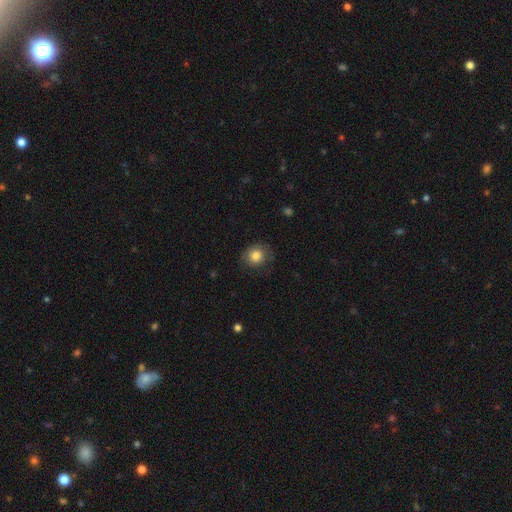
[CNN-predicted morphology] The model was most divided on "merging": none: 74%, minor disturbance: 19%, major disturbance: 7%, merger: 1%. More confident: how rounded — round (83%); smooth or featured — smooth (81%).